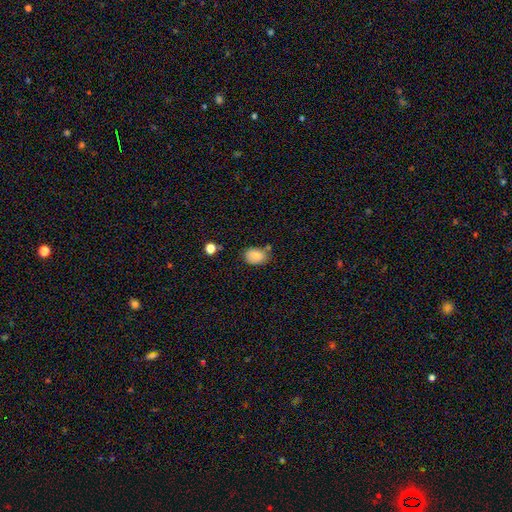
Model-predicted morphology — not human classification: type=smooth (79%); roundness=in between (72%); merging=none (63%).